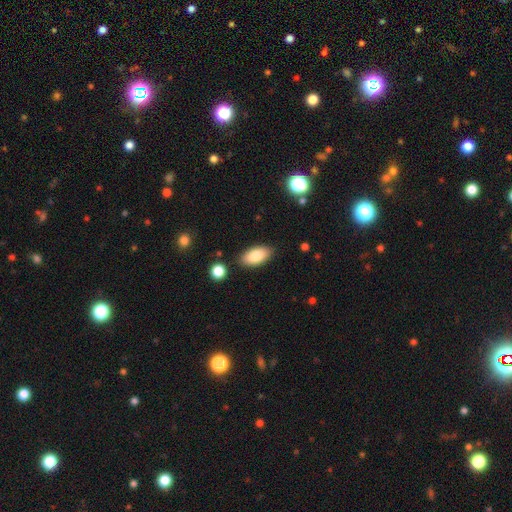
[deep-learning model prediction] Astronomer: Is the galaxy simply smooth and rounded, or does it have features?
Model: smooth — 85%.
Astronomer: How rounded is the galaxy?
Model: in between — 93%.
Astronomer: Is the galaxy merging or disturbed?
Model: none — 85%.